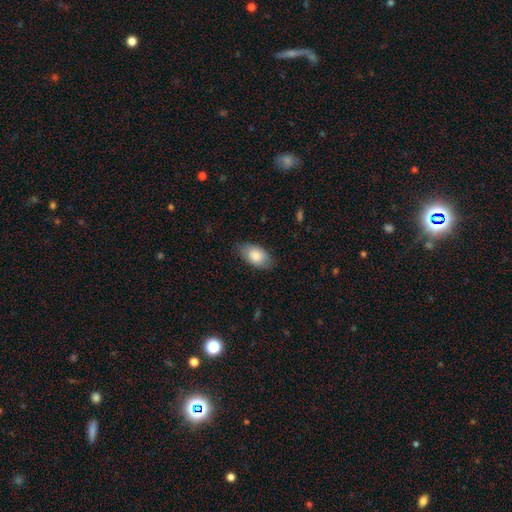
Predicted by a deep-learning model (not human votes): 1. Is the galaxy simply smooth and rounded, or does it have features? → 81% smooth, 13% featured or disk, 6% star or artifact.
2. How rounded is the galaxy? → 93% in between, 5% round, 2% cigar-shaped.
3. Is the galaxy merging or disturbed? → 79% none, 17% minor disturbance, 3% major disturbance, 1% merger.